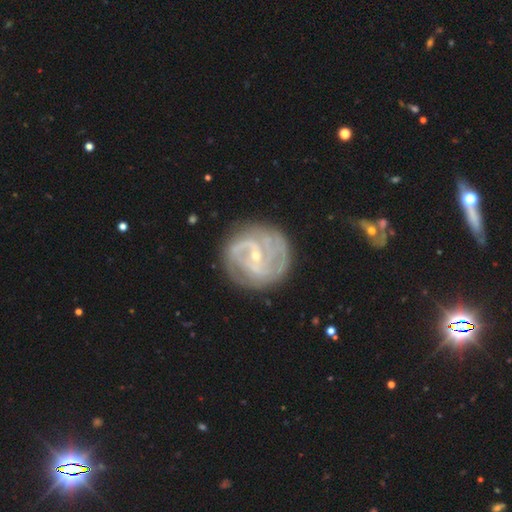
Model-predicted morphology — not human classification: Q: Smooth or featured?
A: featured or disk (87%); runner-up: smooth (8%)
Q: Edge-on disk?
A: no (97%); runner-up: yes (3%)
Q: Bar?
A: weak (45%); runner-up: no (30%)
Q: Spiral arms?
A: yes (95%); runner-up: no (5%)
Q: Spiral winding?
A: tight (49%); runner-up: medium (39%)
Q: Spiral arm count?
A: 2 (43%); runner-up: can't tell (21%)
Q: Bulge size?
A: small (76%); runner-up: moderate (20%)
Q: Merging?
A: none (77%); runner-up: minor disturbance (15%)